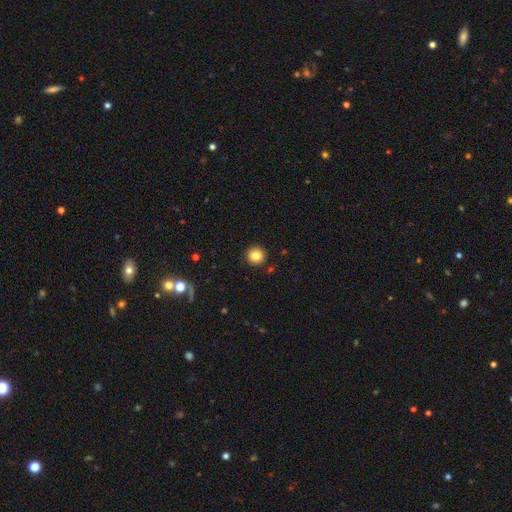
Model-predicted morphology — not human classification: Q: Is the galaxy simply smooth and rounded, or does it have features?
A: smooth — 83%.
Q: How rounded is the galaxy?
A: round — 95%.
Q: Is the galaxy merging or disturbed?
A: none — 91%.